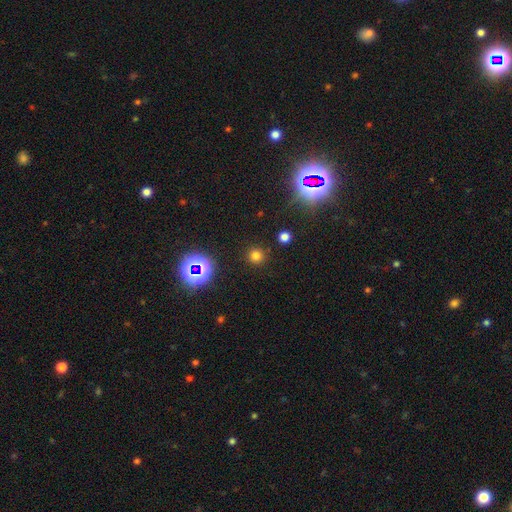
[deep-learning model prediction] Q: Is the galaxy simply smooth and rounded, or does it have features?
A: smooth — 72%.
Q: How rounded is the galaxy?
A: round — 94%.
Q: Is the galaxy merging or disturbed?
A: none — 90%.